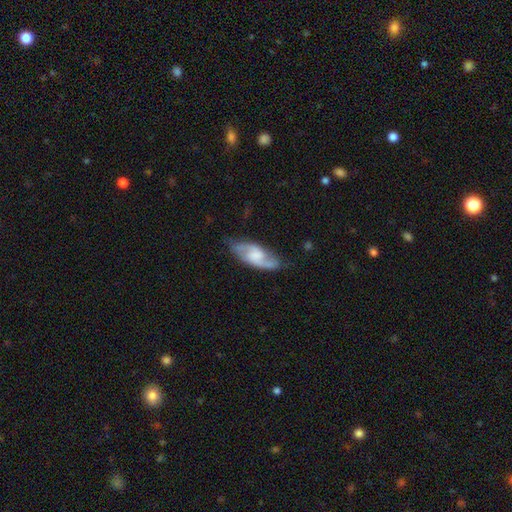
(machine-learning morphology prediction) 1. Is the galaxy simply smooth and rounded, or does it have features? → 69% featured or disk, 24% smooth, 6% star or artifact.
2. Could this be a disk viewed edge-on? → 92% no, 8% yes.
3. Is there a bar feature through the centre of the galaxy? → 44% no (tied), 44% weak (tied), 12% strong.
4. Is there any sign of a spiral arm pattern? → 92% yes, 8% no.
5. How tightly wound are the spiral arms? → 47% medium, 36% loose, 17% tight.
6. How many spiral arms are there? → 85% 2, 8% can't tell, 3% 1, 2% 3, 1% 4, 1% more than 4.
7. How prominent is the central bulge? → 31% none, 28% moderate, 25% small, 14% large, 2% dominant.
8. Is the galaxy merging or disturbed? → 70% none, 21% minor disturbance, 7% major disturbance, 2% merger.